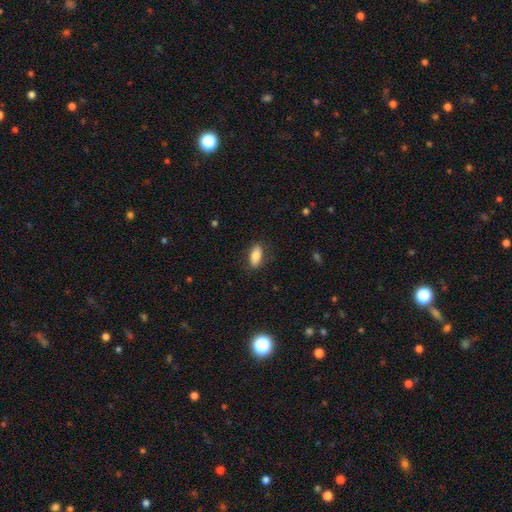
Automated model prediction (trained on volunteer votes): Smooth or featured: smooth — 79% (featured or disk — 14%)
How rounded: in between — 84% (cigar-shaped — 12%)
Merging: none — 82% (minor disturbance — 13%)